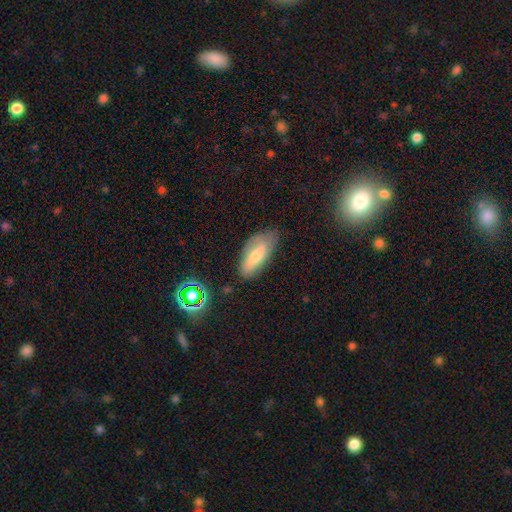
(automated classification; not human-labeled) smooth 54%, featured or disk 35%, star or artifact 11%. Down the decision tree: how rounded — in between (82%); merging — none (69%).